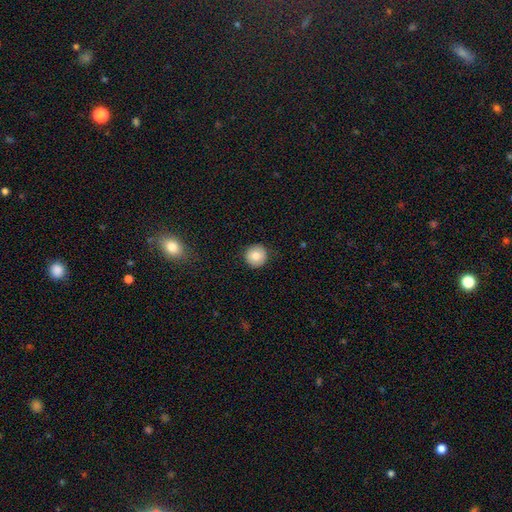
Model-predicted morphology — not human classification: A smooth galaxy with no disk features (81%) that is round (95%). Merging: none (90%).